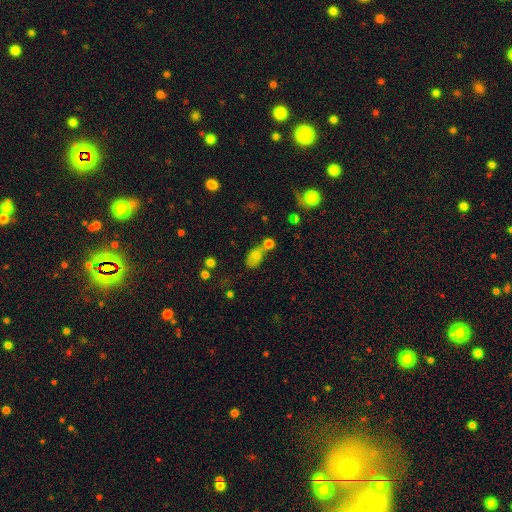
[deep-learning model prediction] smooth 69%, star or artifact 17%, featured or disk 15%. Down the decision tree: how rounded — in between (76%); merging — merger (43%).